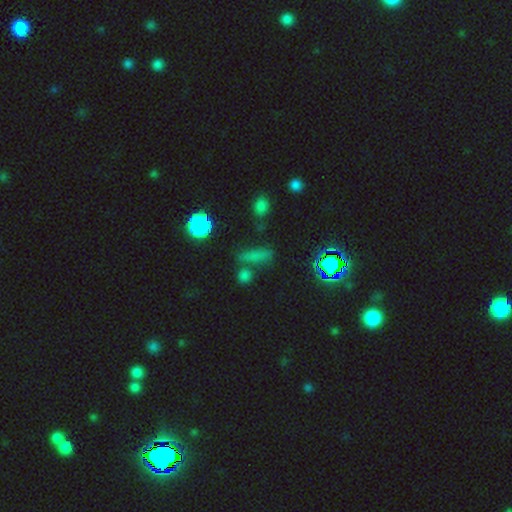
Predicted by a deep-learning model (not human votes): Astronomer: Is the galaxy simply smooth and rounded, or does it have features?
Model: smooth — 58%.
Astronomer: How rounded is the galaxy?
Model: cigar-shaped — 43% (runner-up: in between, 29%).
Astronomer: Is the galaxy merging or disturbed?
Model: none — 67%.